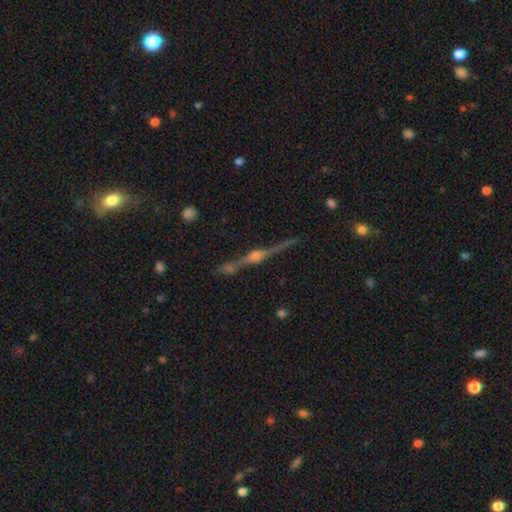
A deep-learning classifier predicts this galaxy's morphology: smooth-or-featured: featured or disk: 82% | star or artifact: 11% | smooth: 7%
  disk-edge-on: yes: 97% | no: 3%
    edge-on-bulge: rounded: 88% | boxy: 7% | none: 4%
  merging: none: 78% | minor disturbance: 11% | merger: 7% | major disturbance: 4%